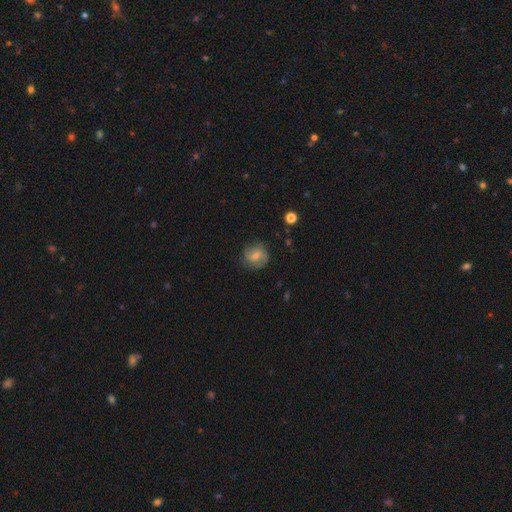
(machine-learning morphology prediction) type=smooth (59%); roundness=round (80%); merging=none (70%).